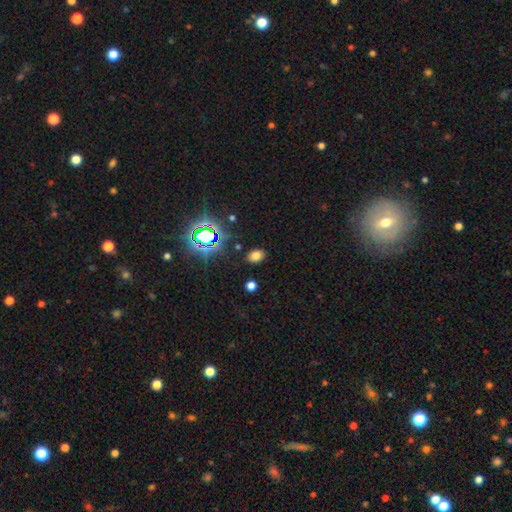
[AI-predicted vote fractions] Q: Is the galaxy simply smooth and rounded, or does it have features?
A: smooth — 70%.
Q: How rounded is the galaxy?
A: in between — 77%.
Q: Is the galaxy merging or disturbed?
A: none — 85%.